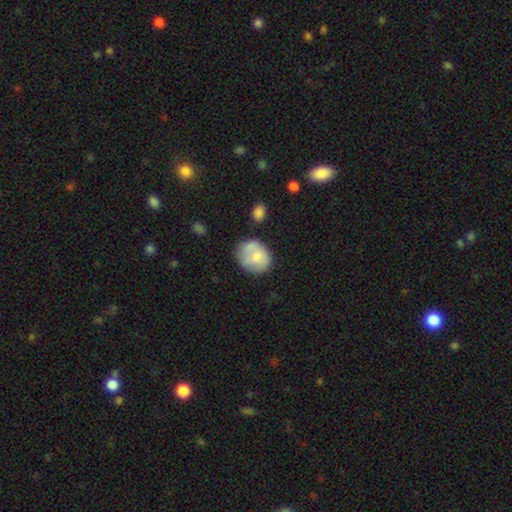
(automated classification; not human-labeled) This is likely a smooth galaxy (69%). How rounded: possibly round (59%). Merging: possibly none (56%).